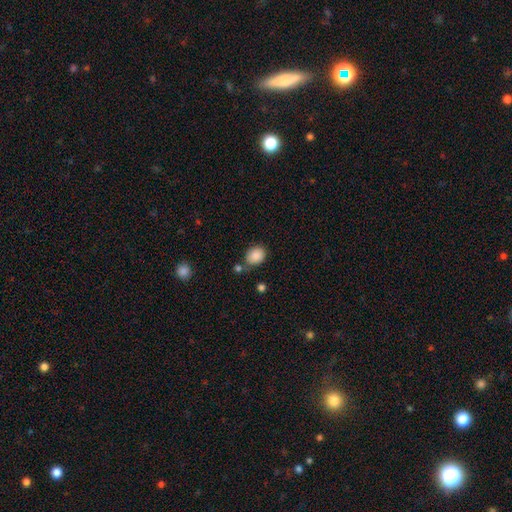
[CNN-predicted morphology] A smooth galaxy with no disk features (88%) that is in between round and cigar-shaped (54%).

Vote fractions:
- Smooth or featured? smooth: 88% / star or artifact: 8% / featured or disk: 4%
- How rounded? in between: 54% / round: 45% / cigar-shaped: 1%
- Merging? none: 68% / minor disturbance: 17% / merger: 10% / major disturbance: 5%